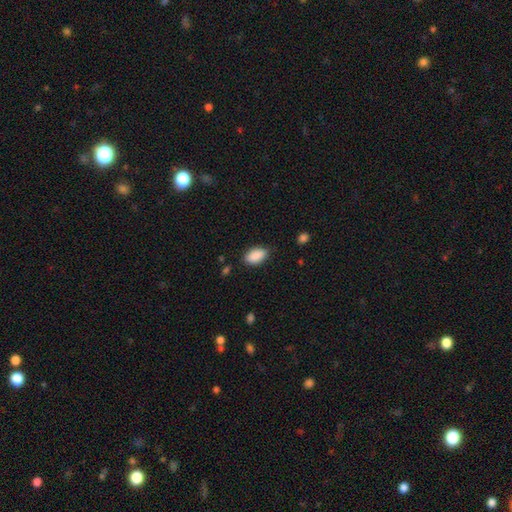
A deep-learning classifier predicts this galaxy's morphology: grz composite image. It shows a smooth galaxy with no disk features (90%) that is in between round and cigar-shaped (93%). Merging: none (84%).